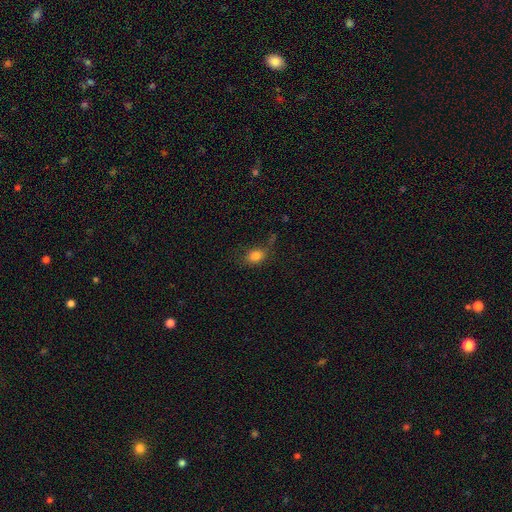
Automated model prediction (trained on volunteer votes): Smooth or featured? Predicted: smooth (p=0.82). How rounded? Predicted: in between (p=0.63). Merging? Predicted: none (p=0.64).